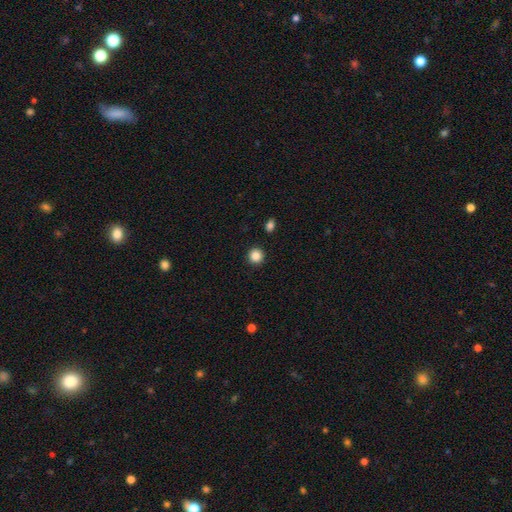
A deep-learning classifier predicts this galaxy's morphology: Smooth or featured? Predicted: smooth (p=0.86). How rounded? Predicted: round (p=0.94). Merging? Predicted: none (p=0.92).